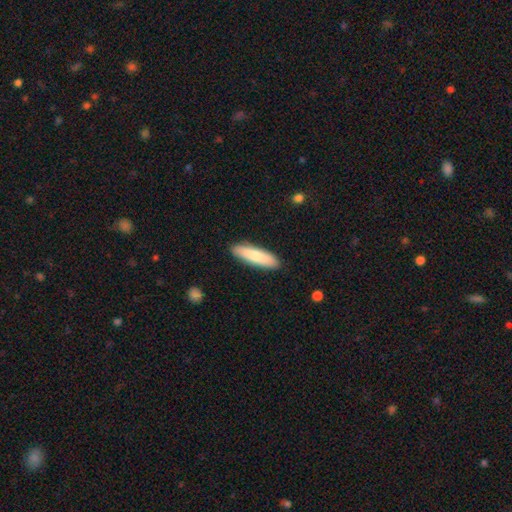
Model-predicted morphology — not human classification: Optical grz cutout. It shows a smooth galaxy with no disk features (79%) that is cigar-shaped (72%). Merging: none (89%).